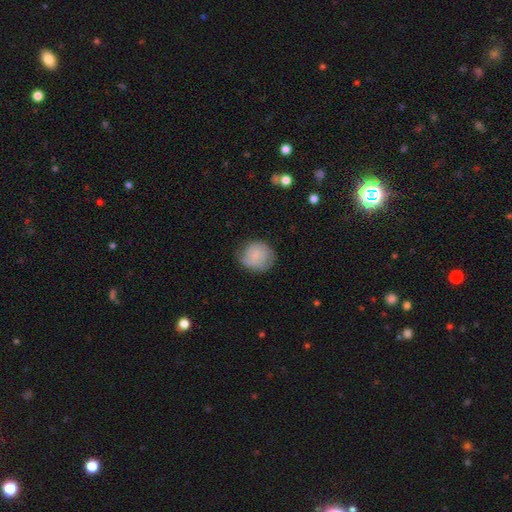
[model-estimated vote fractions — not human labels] smooth-or-featured: smooth: 73% | featured or disk: 20% | star or artifact: 7%
  how-rounded: round: 85% | in between: 14% | cigar-shaped: 1%
  merging: none: 67% | minor disturbance: 24% | major disturbance: 7% | merger: 1%